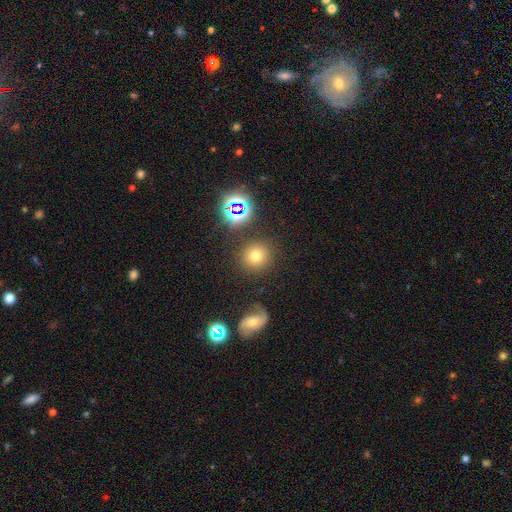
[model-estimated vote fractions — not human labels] Smooth or featured? smooth (71%)
How rounded? round (91%)
Merging? none (84%)